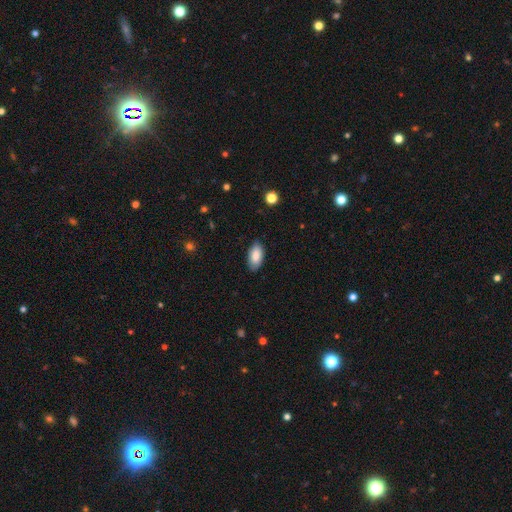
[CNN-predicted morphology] Smooth or featured? Predicted: smooth (p=0.87). How rounded? Predicted: in between (p=0.94). Merging? Predicted: none (p=0.85).